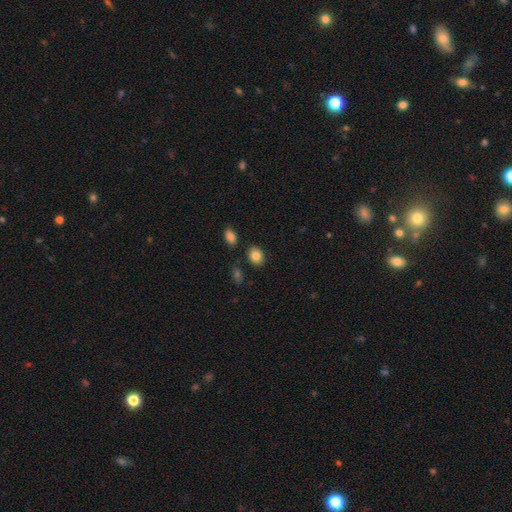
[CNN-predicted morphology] This appears to be a smooth galaxy with no disk features (84%) that is round (51%). Merging: none (84%).